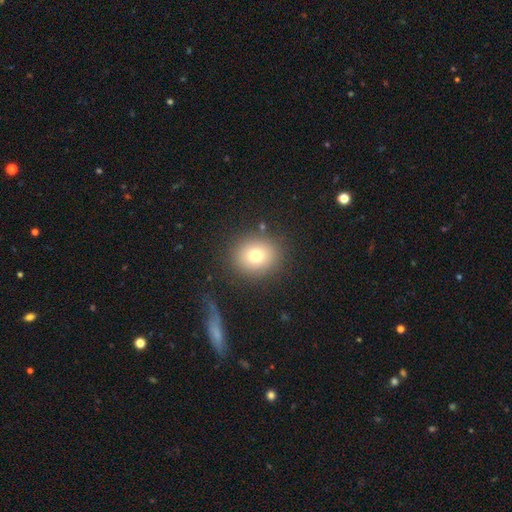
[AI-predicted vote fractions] Smooth or featured: smooth — 73% (star or artifact — 14%)
How rounded: round — 82% (in between — 17%)
Merging: none — 84% (minor disturbance — 8%)